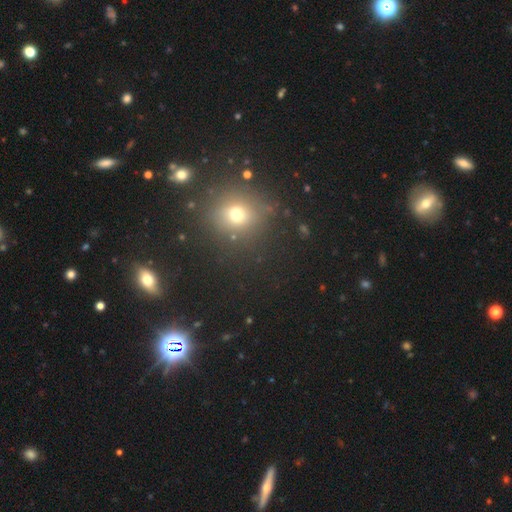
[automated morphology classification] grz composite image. It shows a smooth galaxy with no disk features (49%). Merging: none (85%).